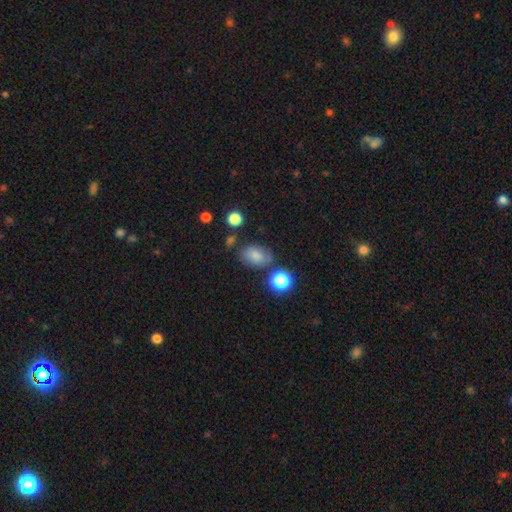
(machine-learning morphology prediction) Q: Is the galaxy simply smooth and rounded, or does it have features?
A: smooth — 77%.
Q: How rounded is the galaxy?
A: in between — 80%.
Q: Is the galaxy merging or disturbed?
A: none — 68%.